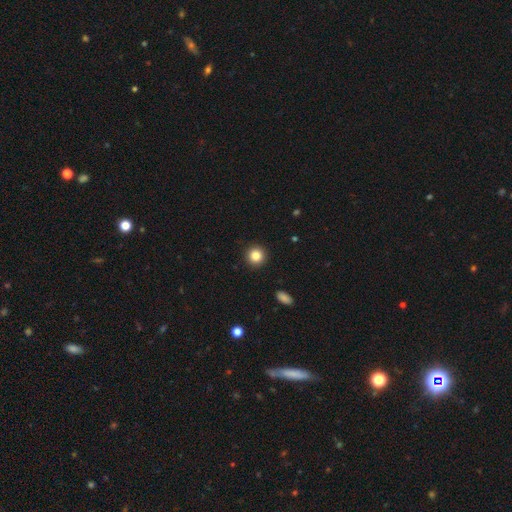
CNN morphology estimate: This appears to be a smooth galaxy with no disk features (85%) that is round (94%). Merging: none (92%).